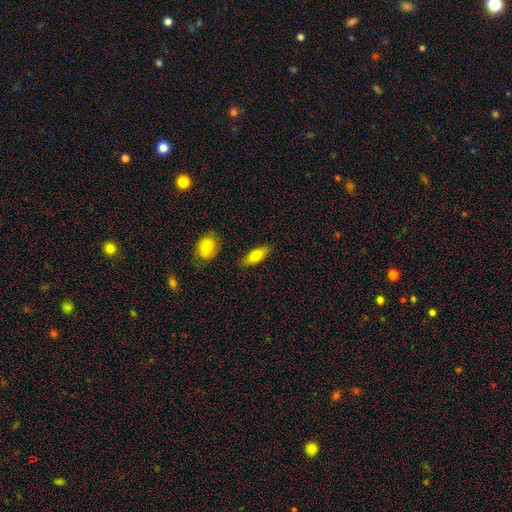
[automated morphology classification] smooth_or_featured: smooth (p=0.73) [alt: featured or disk p=0.21]
how_rounded: in between (p=0.70) [alt: cigar-shaped p=0.27]
merging: none (p=0.85) [alt: minor disturbance p=0.10]